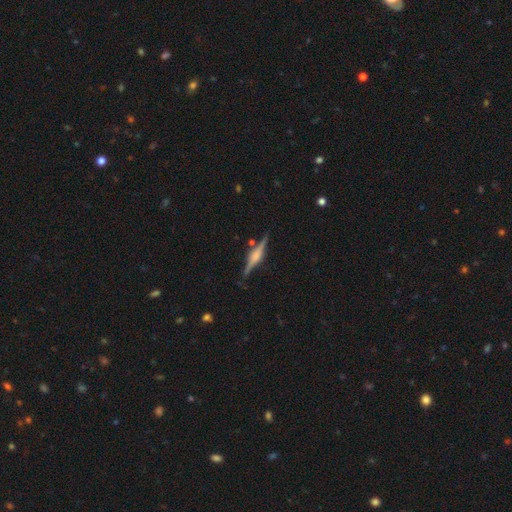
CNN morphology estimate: This appears to be a featured or disk galaxy (80%) viewed edge-on (97%) with a rounded central bulge (73%). Merging: none (82%).